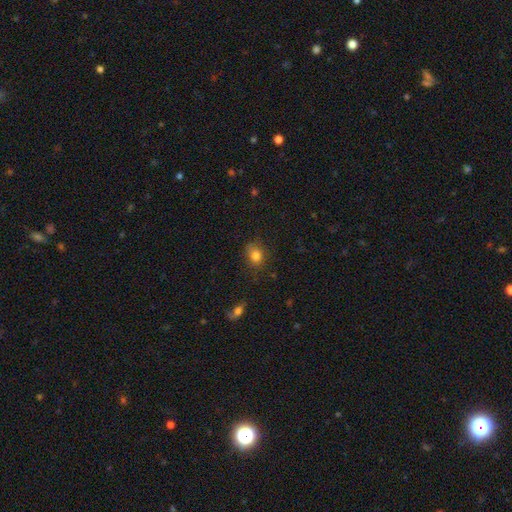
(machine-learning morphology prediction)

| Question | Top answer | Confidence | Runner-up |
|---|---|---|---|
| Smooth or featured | smooth | 81% | star or artifact (12%) |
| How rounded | round | 60% | in between (39%) |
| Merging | none | 77% | minor disturbance (17%) |